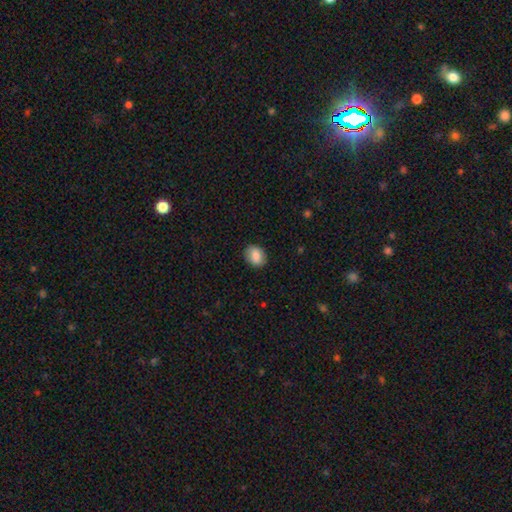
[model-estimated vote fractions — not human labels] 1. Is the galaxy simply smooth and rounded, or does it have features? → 86% smooth, 8% star or artifact, 6% featured or disk.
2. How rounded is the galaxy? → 55% in between, 44% round, 1% cigar-shaped.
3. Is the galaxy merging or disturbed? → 87% none, 10% minor disturbance, 2% major disturbance, 1% merger.